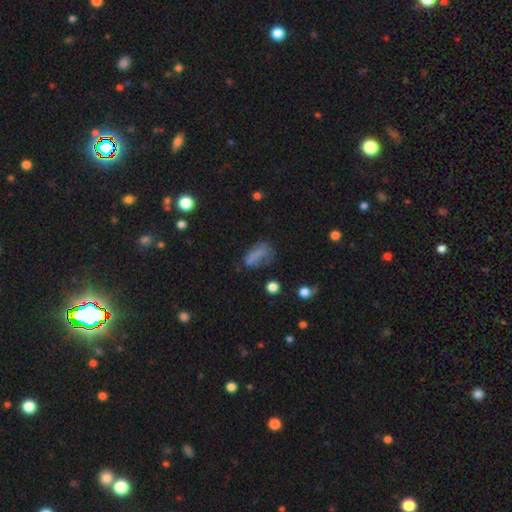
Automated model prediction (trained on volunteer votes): Q: Smooth or featured?
A: smooth (66%); runner-up: featured or disk (18%)
Q: How rounded?
A: in between (73%); runner-up: cigar-shaped (18%)
Q: Merging?
A: none (38%); runner-up: major disturbance (29%)